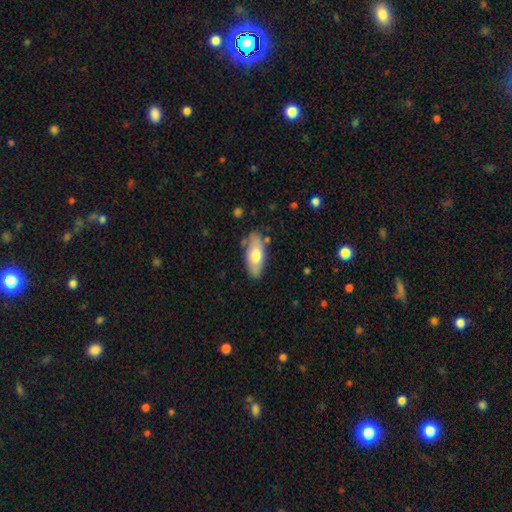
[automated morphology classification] A smooth galaxy with no disk features (69%) that is in between round and cigar-shaped (84%). Merging: none (77%).